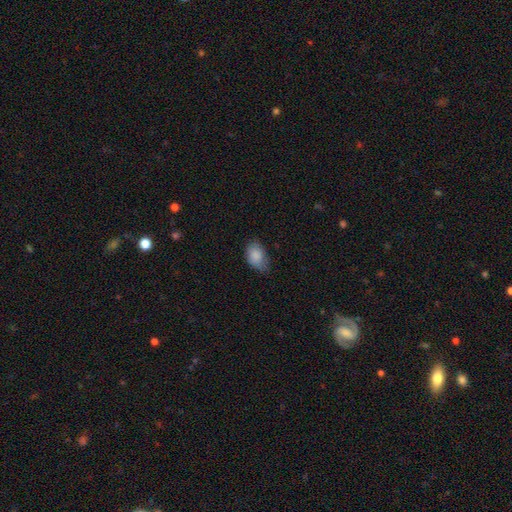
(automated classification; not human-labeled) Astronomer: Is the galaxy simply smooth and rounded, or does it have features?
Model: smooth — 87%.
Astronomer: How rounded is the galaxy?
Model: in between — 87%.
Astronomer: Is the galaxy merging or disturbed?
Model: none — 59%.